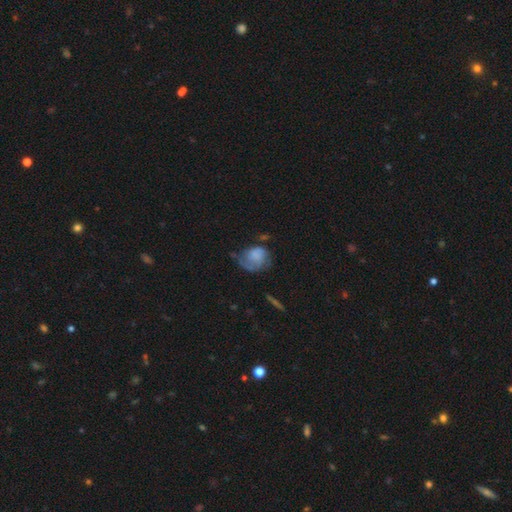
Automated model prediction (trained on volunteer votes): A featured or disk galaxy (47%).

Vote fractions:
- Smooth or featured? featured or disk: 47% / smooth: 45% / star or artifact: 8%
- Merging? none: 35% / major disturbance: 33% / minor disturbance: 29% / merger: 3%